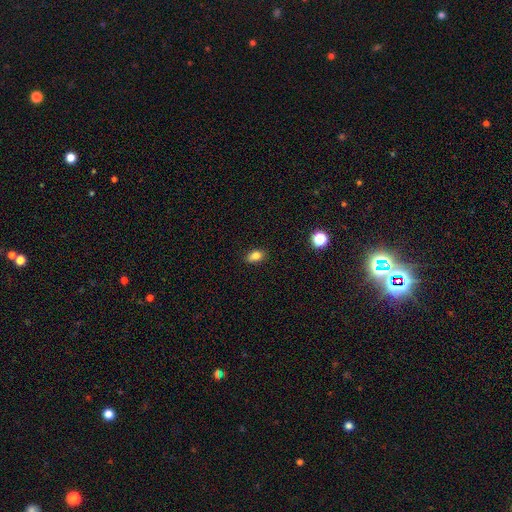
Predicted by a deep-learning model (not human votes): The model was most divided on "how rounded": in between: 79%, round: 19%, cigar-shaped: 3%. More confident: smooth or featured — smooth (81%); merging — none (80%).